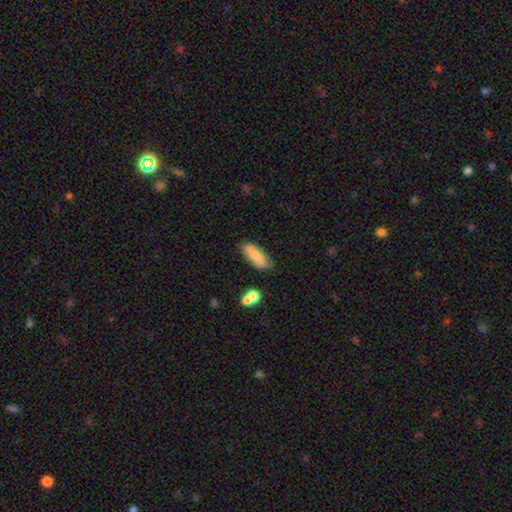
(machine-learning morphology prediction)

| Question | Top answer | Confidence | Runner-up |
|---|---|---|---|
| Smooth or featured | smooth | 72% | featured or disk (21%) |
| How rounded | in between | 67% | cigar-shaped (30%) |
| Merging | none | 76% | minor disturbance (17%) |